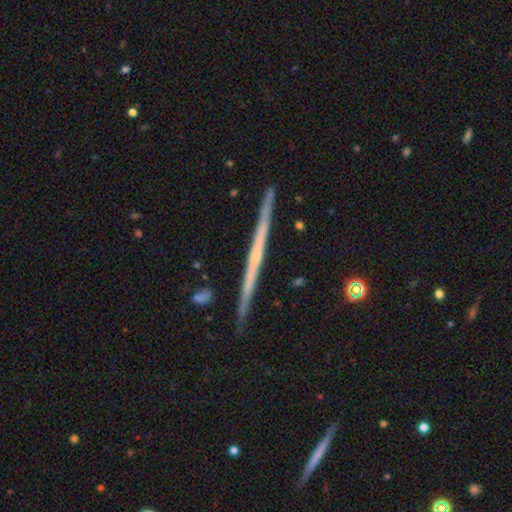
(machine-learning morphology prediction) The model was most divided on "edge-on bulge": none: 73%, rounded: 22%, boxy: 5%. More confident: edge-on disk — yes (98%); merging — none (92%); smooth or featured — featured or disk (74%).